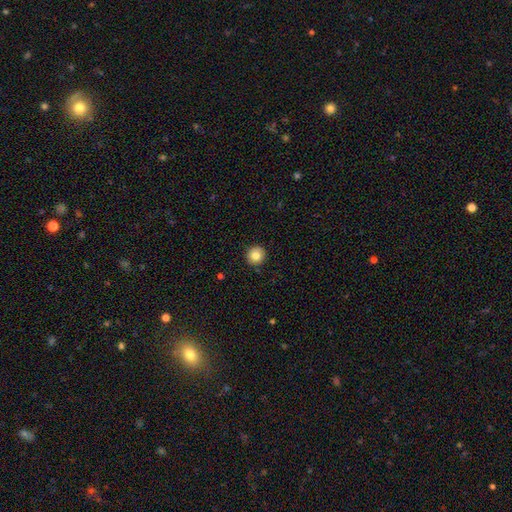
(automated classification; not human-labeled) This appears to be a smooth galaxy with no disk features (82%) that is round (95%). Merging: none (92%).